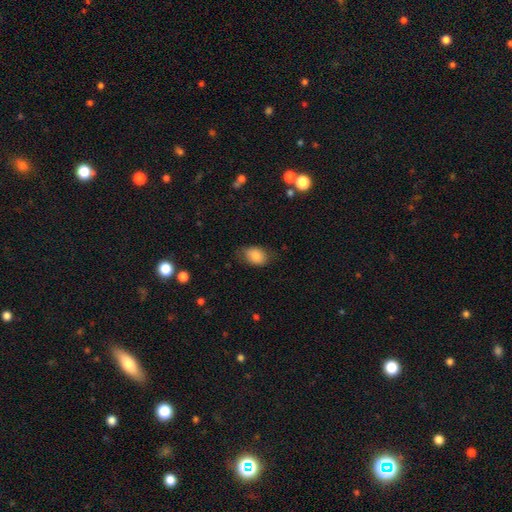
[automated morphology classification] Smooth or featured: smooth — 84% (featured or disk — 8%)
How rounded: in between — 79% (round — 20%)
Merging: none — 70% (minor disturbance — 23%)